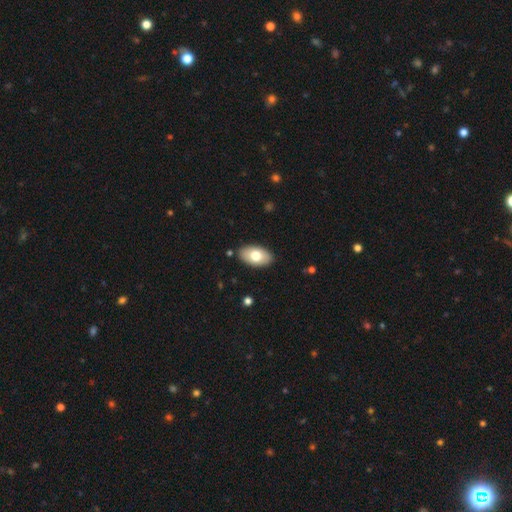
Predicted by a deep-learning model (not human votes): A smooth galaxy with no disk features (73%) that is in between round and cigar-shaped (94%). Merging: none (88%).